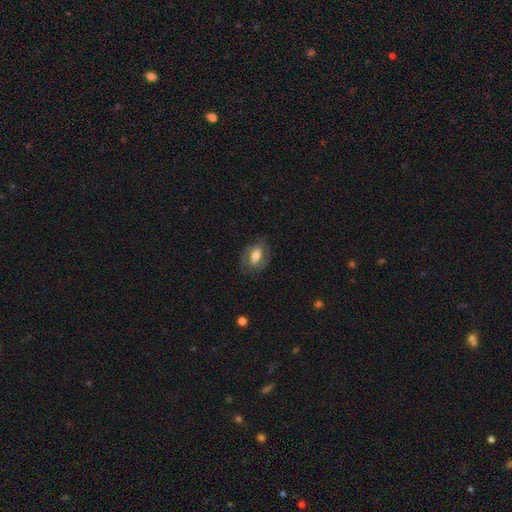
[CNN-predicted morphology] type=featured or disk (50%); merging=none (74%).